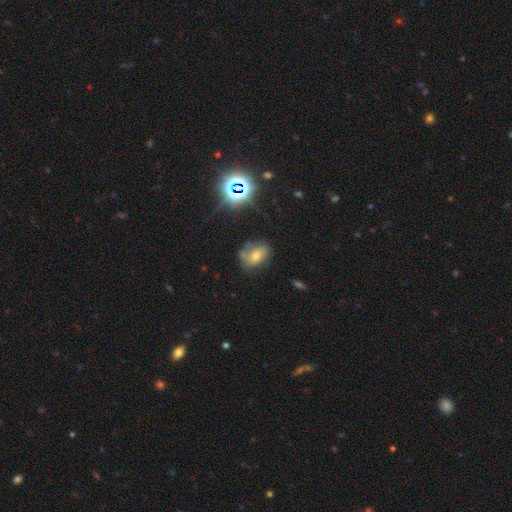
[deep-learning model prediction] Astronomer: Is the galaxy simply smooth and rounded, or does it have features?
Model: smooth — 56%.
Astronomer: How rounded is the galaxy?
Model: in between — 77%.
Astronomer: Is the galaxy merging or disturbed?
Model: none — 60%.